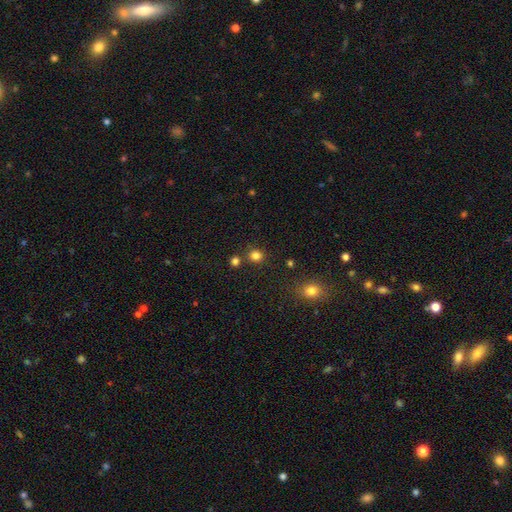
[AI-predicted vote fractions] Smooth or featured: smooth — 80% (star or artifact — 15%)
How rounded: round — 83% (in between — 16%)
Merging: none — 80% (merger — 10%)